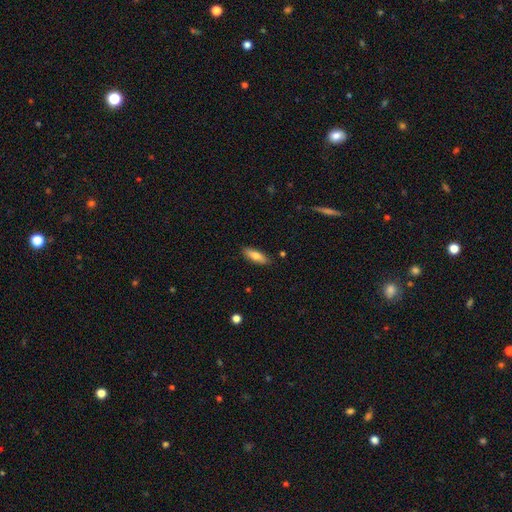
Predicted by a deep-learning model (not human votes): Q: Smooth or featured?
A: smooth (75%); runner-up: featured or disk (19%)
Q: How rounded?
A: in between (53%); runner-up: cigar-shaped (45%)
Q: Merging?
A: none (87%); runner-up: minor disturbance (10%)